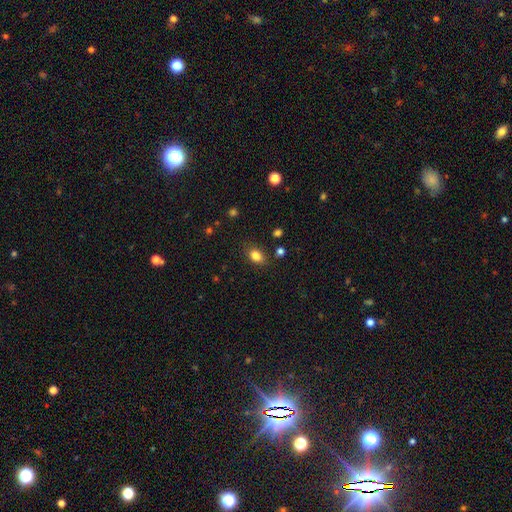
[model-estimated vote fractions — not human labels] Smooth or featured?
  - smooth: 84% *
  - star or artifact: 11%
  - featured or disk: 6%
How rounded?
  - in between: 77% *
  - round: 21%
  - cigar-shaped: 2%
Merging?
  - none: 79% *
  - minor disturbance: 15%
  - major disturbance: 4%
  - merger: 2%